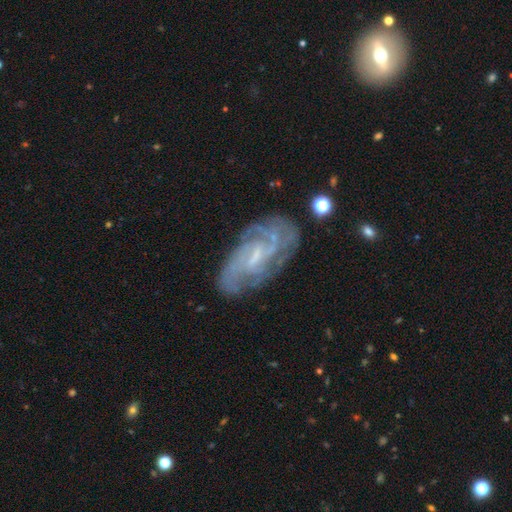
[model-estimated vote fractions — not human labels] Overall: featured or disk (80%). Edge-on disk: no (94%). Bar: weak (52%; no 32%). Spiral arms: yes (90%). Spiral arm count: can't tell (40%; 2 22%). Spiral winding: tight (54%; medium 35%). Bulge size: small (56%; moderate 22%). Merging: none (70%).